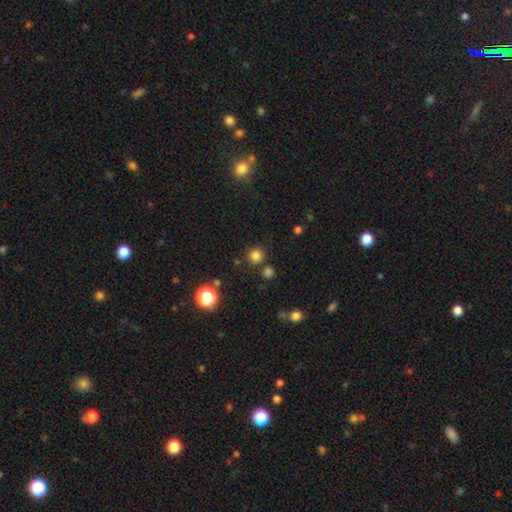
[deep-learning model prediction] smooth_or_featured: smooth (p=0.79) [alt: star or artifact p=0.16]
how_rounded: round (p=0.94) [alt: in between p=0.05]
merging: none (p=0.82) [alt: merger p=0.08]